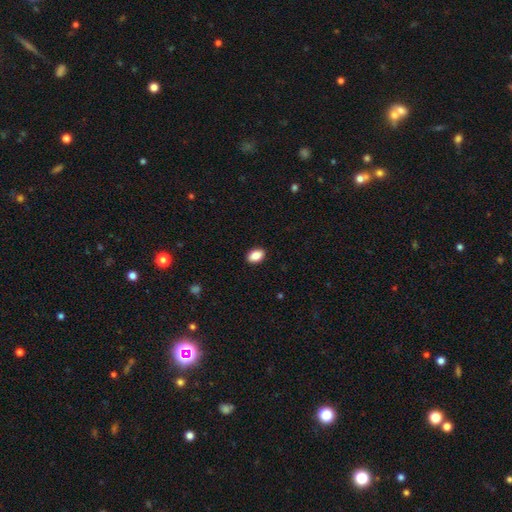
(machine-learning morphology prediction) smooth_or_featured: smooth (p=0.87) [alt: star or artifact p=0.08]
how_rounded: in between (p=0.87) [alt: round p=0.12]
merging: none (p=0.90) [alt: minor disturbance p=0.07]